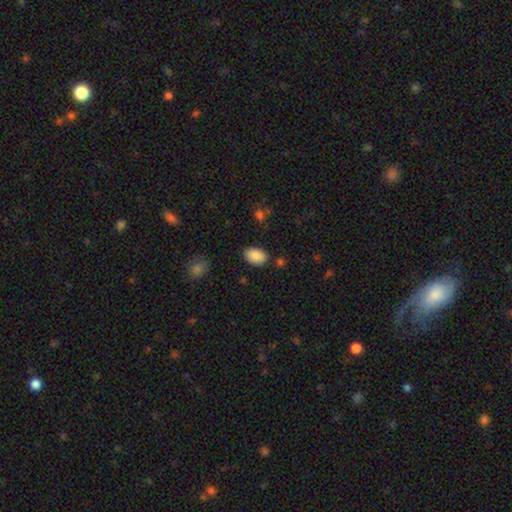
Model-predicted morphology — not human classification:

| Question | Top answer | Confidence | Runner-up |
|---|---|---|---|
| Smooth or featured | smooth | 88% | star or artifact (7%) |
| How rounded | in between | 87% | round (12%) |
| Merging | none | 82% | minor disturbance (12%) |